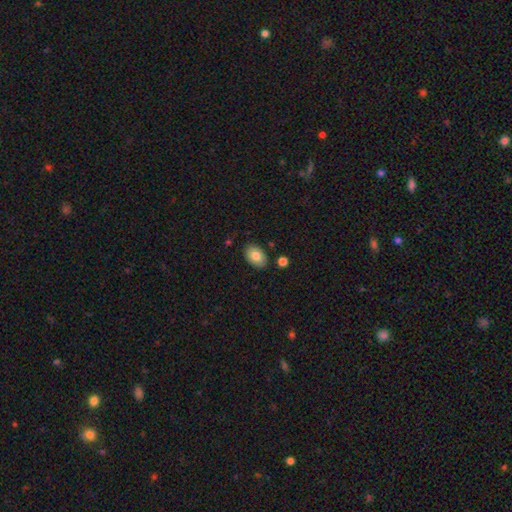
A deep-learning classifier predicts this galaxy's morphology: Smooth or featured?
  - smooth: 81% *
  - featured or disk: 12%
  - star or artifact: 7%
How rounded?
  - in between: 88% *
  - round: 11%
  - cigar-shaped: 1%
Merging?
  - none: 85% *
  - minor disturbance: 10%
  - merger: 3%
  - major disturbance: 2%